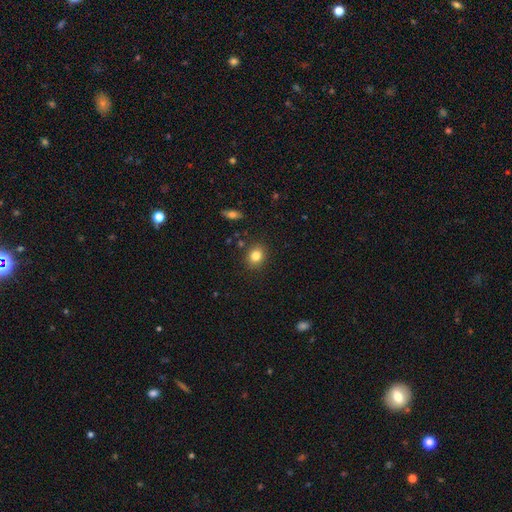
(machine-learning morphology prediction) Smooth or featured? smooth (82%)
How rounded? round (64%)
Merging? none (88%)